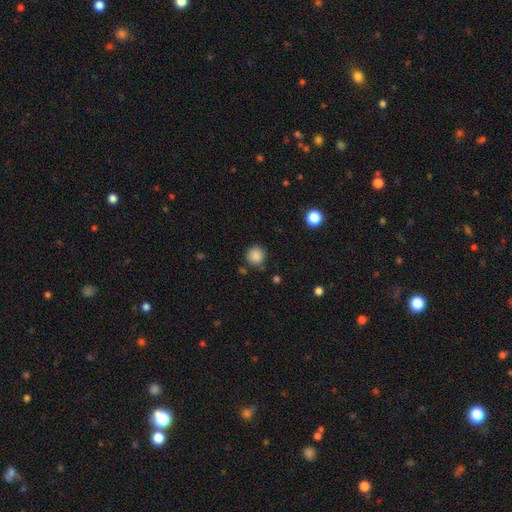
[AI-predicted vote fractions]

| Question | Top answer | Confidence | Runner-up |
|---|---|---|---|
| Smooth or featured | smooth | 87% | star or artifact (10%) |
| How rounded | round | 93% | in between (6%) |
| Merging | none | 83% | minor disturbance (11%) |